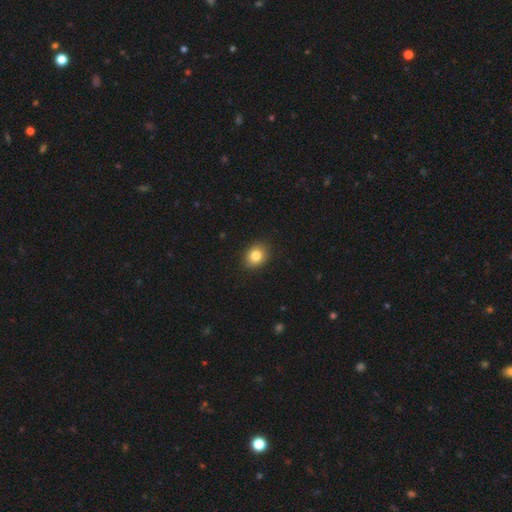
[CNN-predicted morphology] This appears to be a smooth galaxy with no disk features (83%) that is round (54%). Merging: none (89%).